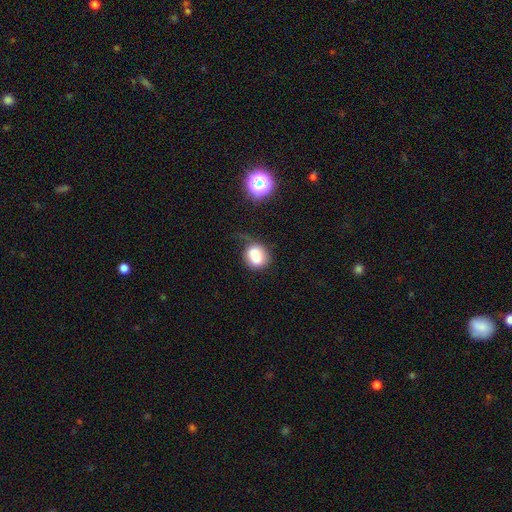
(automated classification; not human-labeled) Morphology: type=smooth (79%); roundness=round (61%); merging=none (39%).